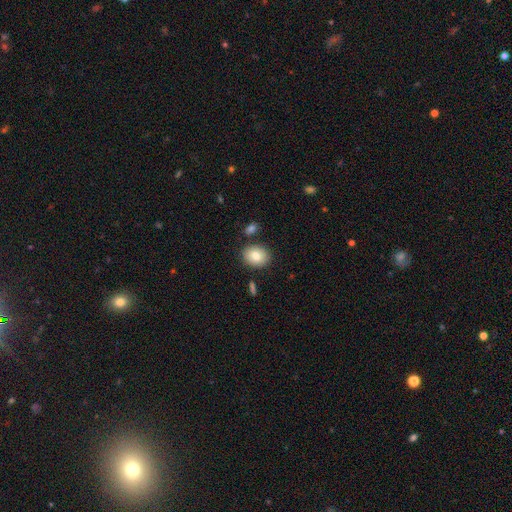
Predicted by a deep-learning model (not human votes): smooth-or-featured: smooth: 82% | featured or disk: 10% | star or artifact: 8%
  how-rounded: in between: 57% | round: 42% | cigar-shaped: 1%
  merging: none: 83% | minor disturbance: 10% | merger: 5% | major disturbance: 3%